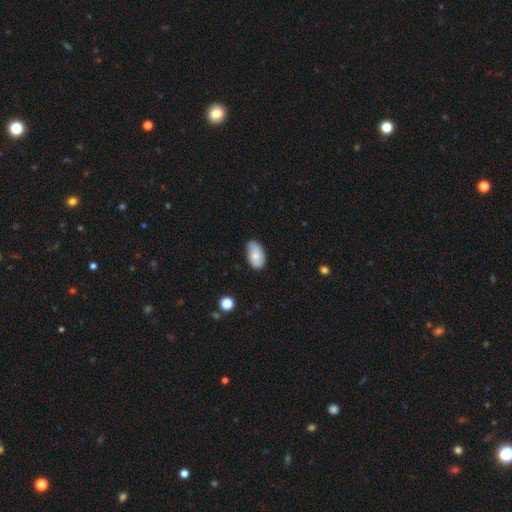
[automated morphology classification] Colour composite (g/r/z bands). It shows a smooth galaxy with no disk features (71%) that is in between round and cigar-shaped (93%). Merging: none (70%).